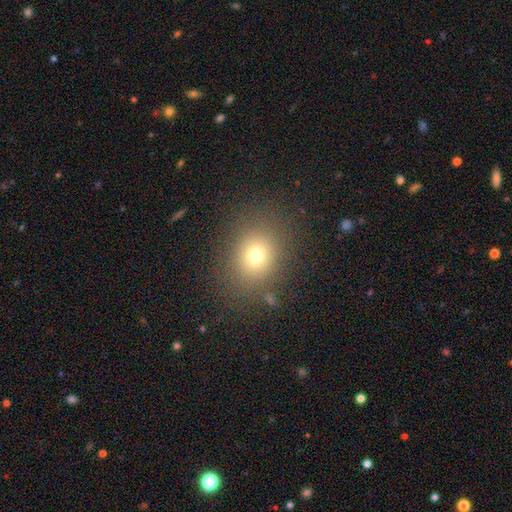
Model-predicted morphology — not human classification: A smooth galaxy with no disk features (72%) that is round (61%). Merging: none (83%).